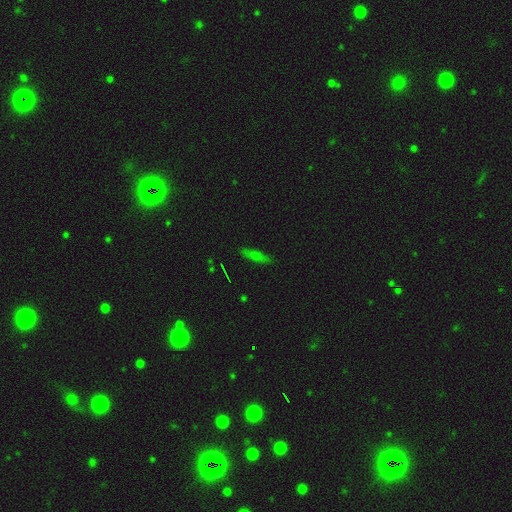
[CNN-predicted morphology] A smooth galaxy with no disk features (52%) that is cigar-shaped (69%).

Vote fractions:
- Smooth or featured? smooth: 52% / featured or disk: 33% / star or artifact: 15%
- How rounded? cigar-shaped: 69% / in between: 27% / round: 4%
- Merging? none: 86% / minor disturbance: 10% / major disturbance: 2% / merger: 1%